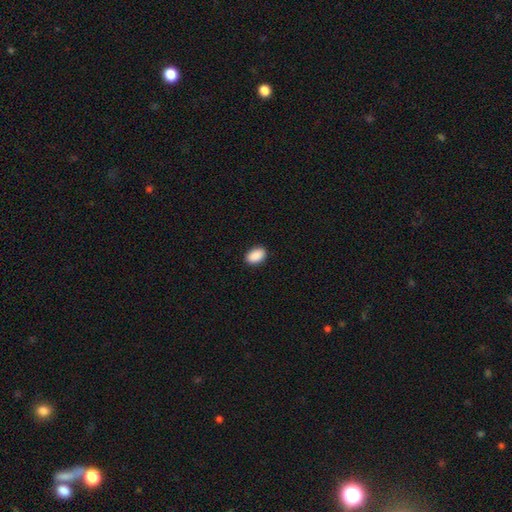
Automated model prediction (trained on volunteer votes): Smooth or featured: smooth — 91% (star or artifact — 7%)
How rounded: in between — 89% (round — 10%)
Merging: none — 90% (minor disturbance — 8%)